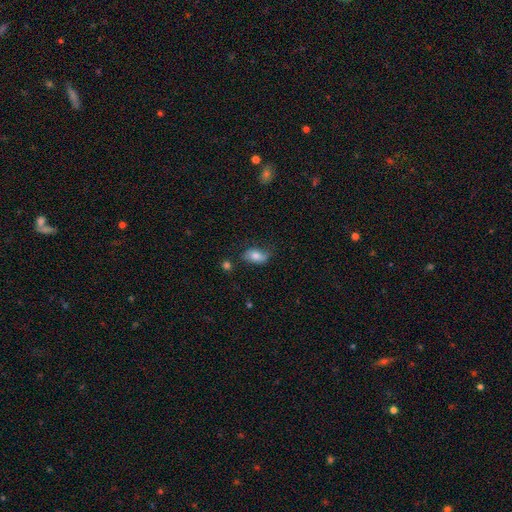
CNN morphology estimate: smooth 76%, featured or disk 16%, star or artifact 8%. Down the decision tree: how rounded — in between (90%); merging — none (62%).